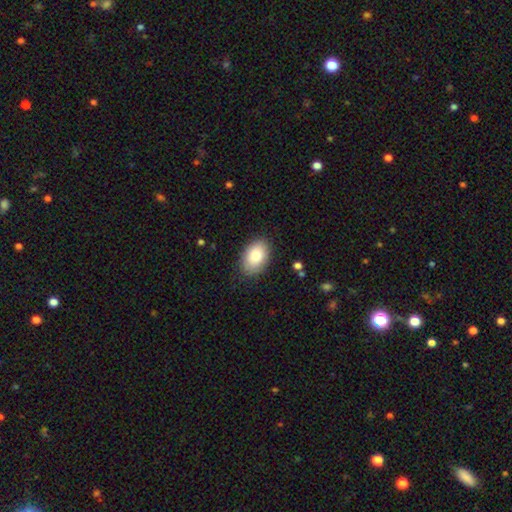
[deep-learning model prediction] smooth-or-featured: smooth: 84% | featured or disk: 9% | star or artifact: 6%
  how-rounded: in between: 90% | round: 9% | cigar-shaped: 1%
  merging: none: 84% | minor disturbance: 12% | major disturbance: 3% | merger: 1%